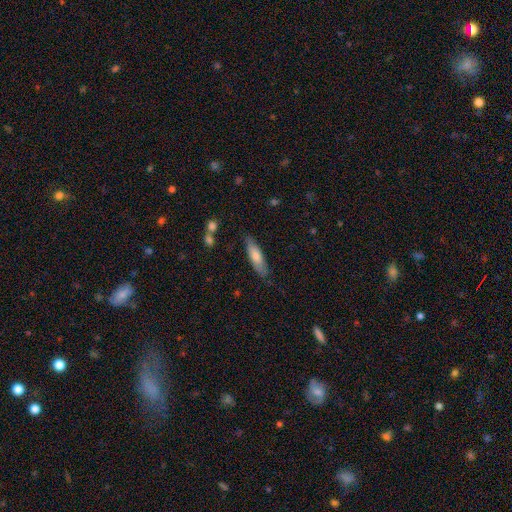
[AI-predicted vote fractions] Smooth or featured? smooth (69%)
How rounded? cigar-shaped (59%)
Merging? none (79%)